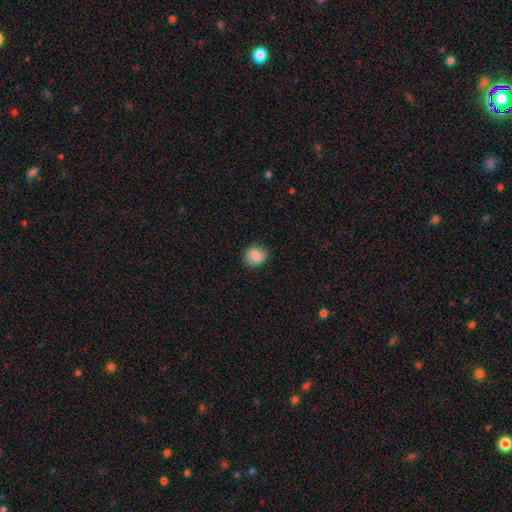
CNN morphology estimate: smooth-or-featured: smooth: 83% | featured or disk: 9% | star or artifact: 8%
  how-rounded: round: 74% | in between: 25% | cigar-shaped: 1%
  merging: none: 85% | minor disturbance: 11% | major disturbance: 2% | merger: 1%